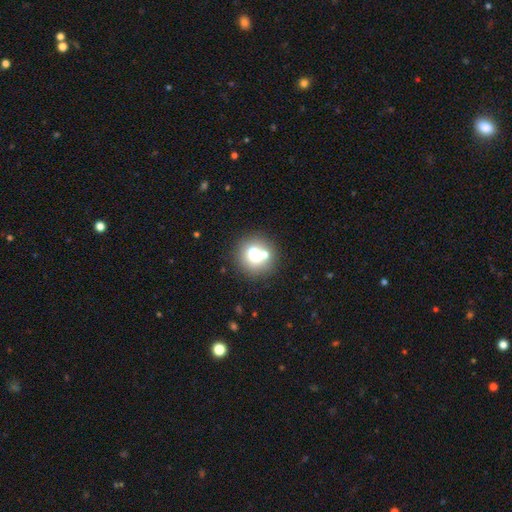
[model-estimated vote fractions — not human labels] smooth 63%, featured or disk 24%, star or artifact 13%. Down the decision tree: how rounded — round (87%); merging — none (57%).